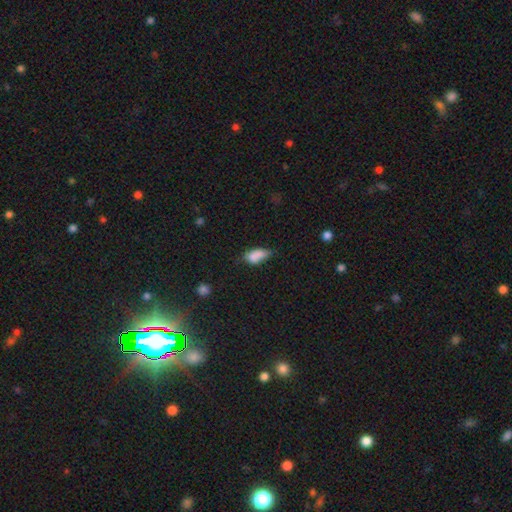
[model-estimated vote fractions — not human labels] Smooth or featured? smooth (83%)
How rounded? in between (87%)
Merging? minor disturbance (43%)